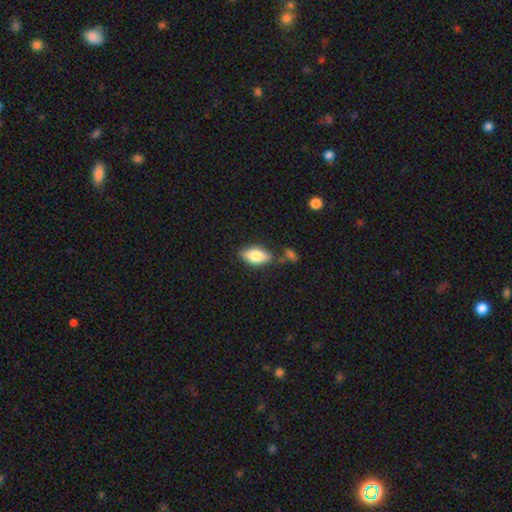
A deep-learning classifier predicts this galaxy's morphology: Q: Smooth or featured?
A: smooth (78%); runner-up: featured or disk (15%)
Q: How rounded?
A: in between (88%); runner-up: cigar-shaped (8%)
Q: Merging?
A: none (74%); runner-up: minor disturbance (15%)